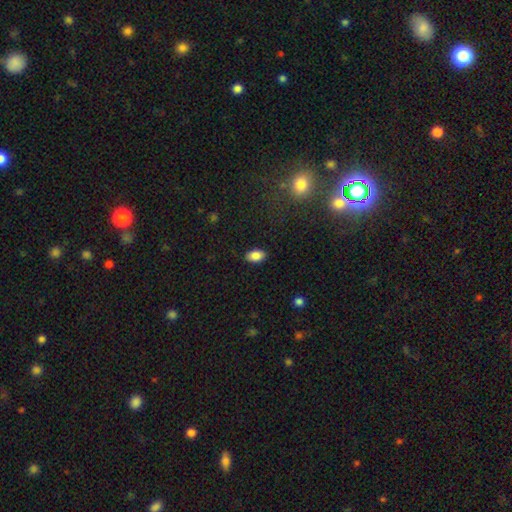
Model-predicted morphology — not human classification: The model was most divided on "smooth or featured": smooth: 86%, star or artifact: 9%, featured or disk: 5%. More confident: how rounded — in between (90%); merging — none (88%).